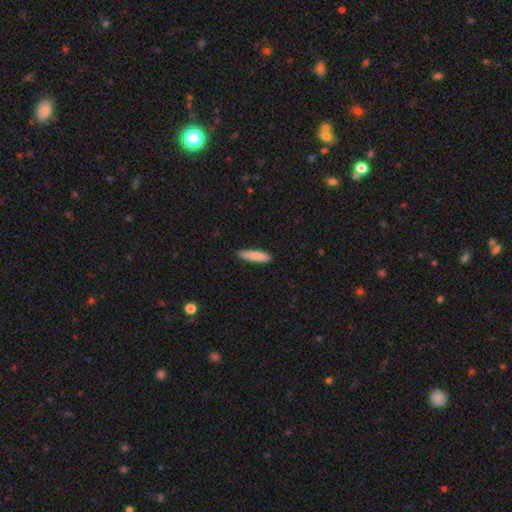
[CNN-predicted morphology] The model was most divided on "how rounded": cigar-shaped: 75%, in between: 23%, round: 1%. More confident: merging — none (88%); smooth or featured — smooth (86%).